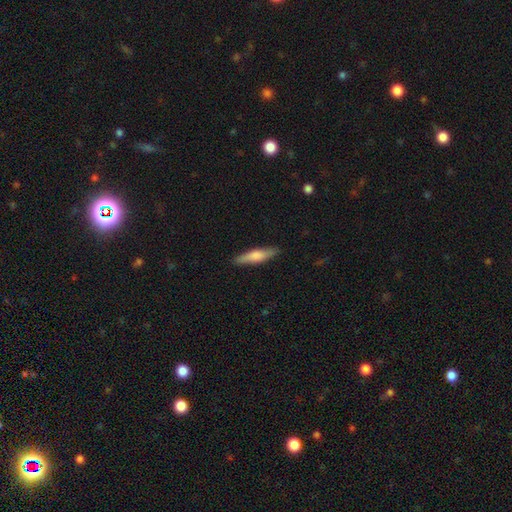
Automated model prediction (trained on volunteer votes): This appears to be a smooth galaxy with no disk features (66%) that is cigar-shaped (75%). Merging: none (87%).